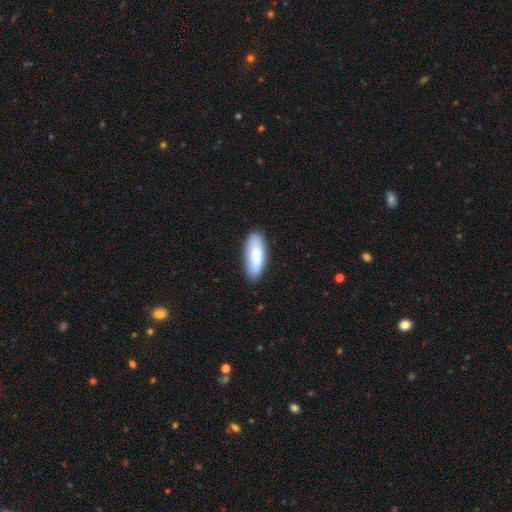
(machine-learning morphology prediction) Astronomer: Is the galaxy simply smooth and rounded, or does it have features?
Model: smooth — 79%.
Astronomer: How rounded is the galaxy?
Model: in between — 67%.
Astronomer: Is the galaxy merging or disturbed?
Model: none — 82%.